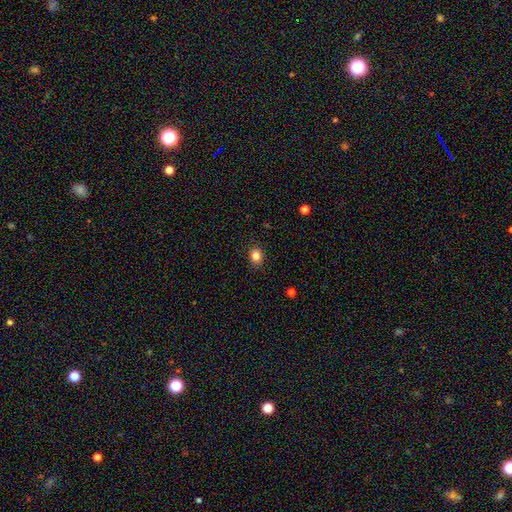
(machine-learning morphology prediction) Q: Smooth or featured?
A: smooth (84%); runner-up: star or artifact (11%)
Q: How rounded?
A: round (51%); runner-up: in between (48%)
Q: Merging?
A: none (87%); runner-up: minor disturbance (9%)